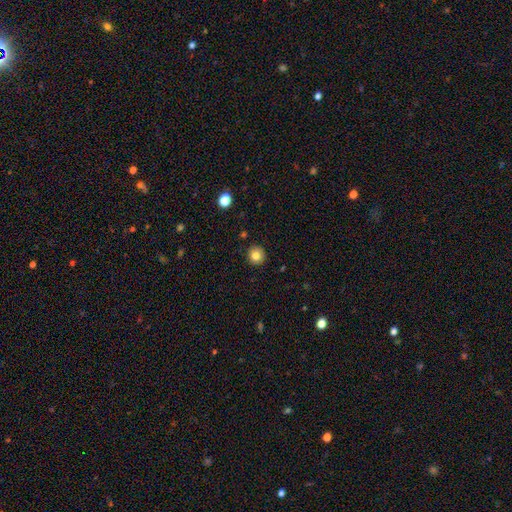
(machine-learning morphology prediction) smooth-or-featured: smooth: 81% | star or artifact: 11% | featured or disk: 8%
  how-rounded: round: 92% | in between: 7% | cigar-shaped: 1%
  merging: none: 90% | minor disturbance: 7% | major disturbance: 2% | merger: 1%